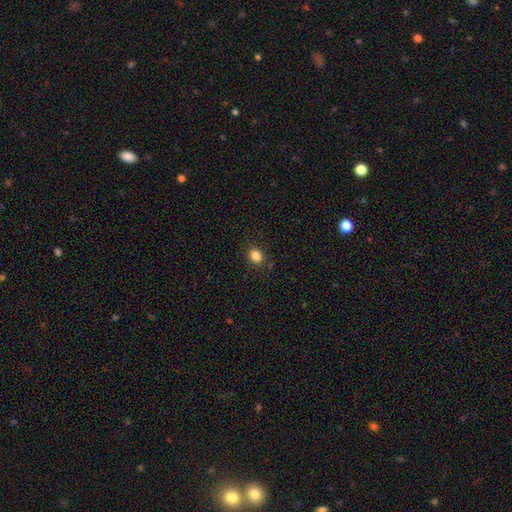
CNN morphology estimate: A smooth galaxy with no disk features (85%) that is round (55%).

Vote fractions:
- Smooth or featured? smooth: 85% / star or artifact: 11% / featured or disk: 4%
- How rounded? round: 55% / in between: 44% / cigar-shaped: 1%
- Merging? none: 86% / minor disturbance: 10% / major disturbance: 3% / merger: 2%